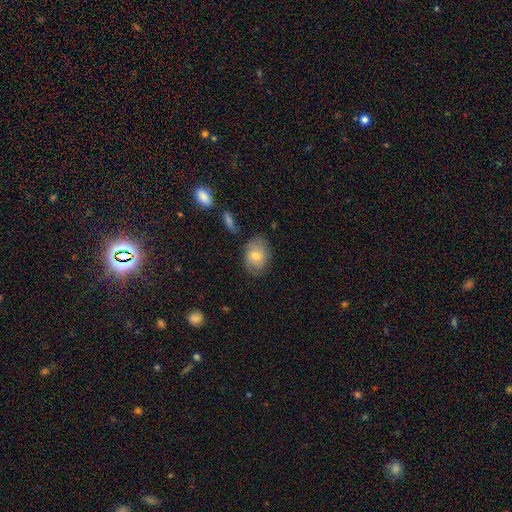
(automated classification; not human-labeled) The model was most divided on "smooth or featured": smooth: 70%, featured or disk: 22%, star or artifact: 8%. More confident: how rounded — in between (78%); merging — none (73%).